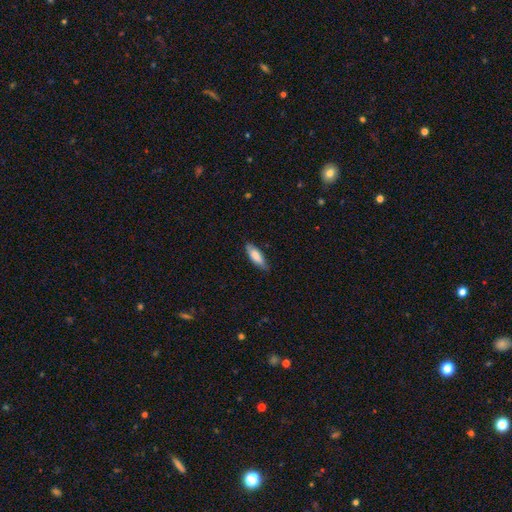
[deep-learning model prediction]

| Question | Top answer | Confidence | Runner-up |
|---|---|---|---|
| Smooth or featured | smooth | 80% | featured or disk (14%) |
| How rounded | in between | 53% | cigar-shaped (45%) |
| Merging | none | 80% | minor disturbance (17%) |